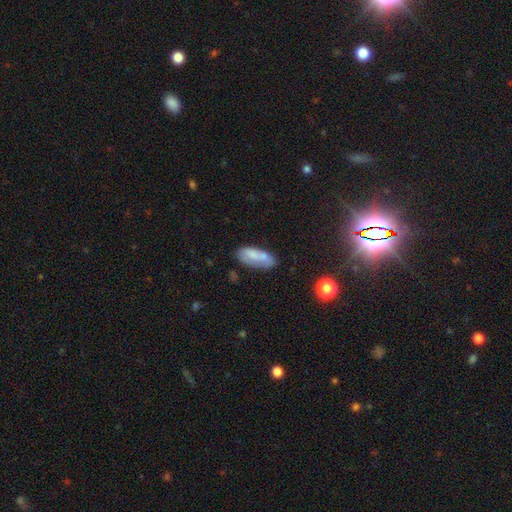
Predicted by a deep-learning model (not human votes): smooth 68%, featured or disk 23%, star or artifact 9%. Down the decision tree: how rounded — in between (77%); merging — none (55%).